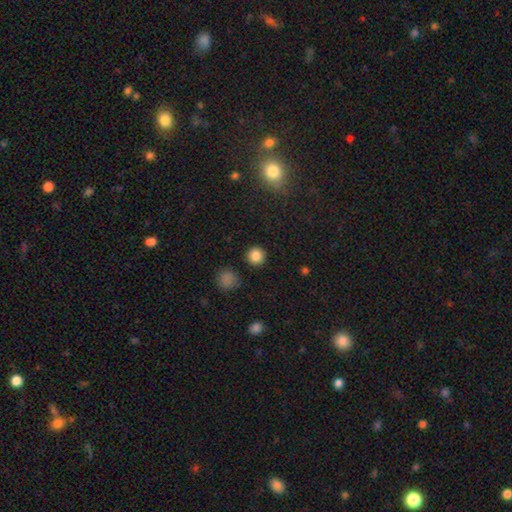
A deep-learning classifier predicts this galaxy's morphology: type=smooth (84%); roundness=round (94%); merging=none (91%).